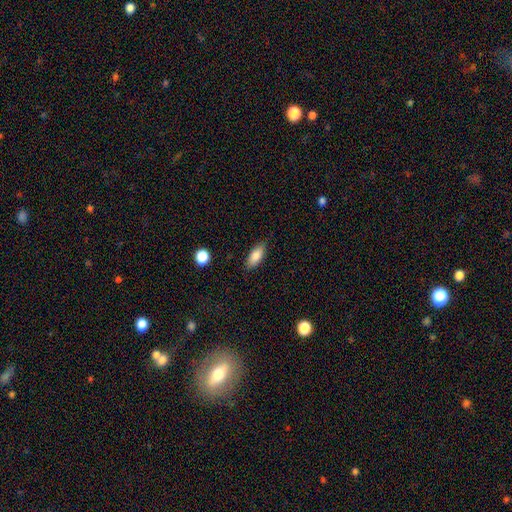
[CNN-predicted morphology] smooth-or-featured: smooth: 83% | featured or disk: 10% | star or artifact: 7%
  how-rounded: in between: 80% | cigar-shaped: 18% | round: 2%
  merging: none: 85% | minor disturbance: 11% | major disturbance: 2% | merger: 1%